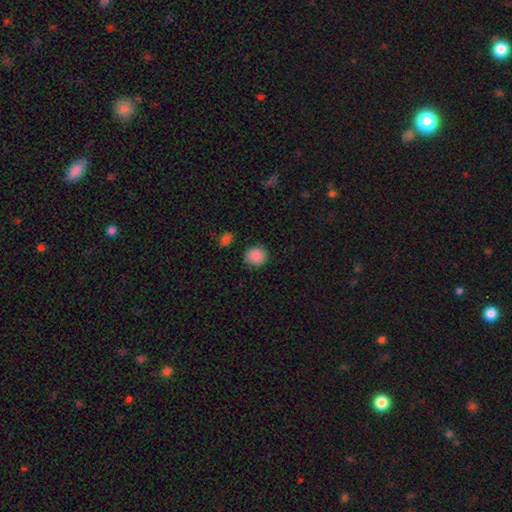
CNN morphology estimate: Smooth or featured: smooth — 88% (star or artifact — 9%)
How rounded: round — 86% (in between — 13%)
Merging: none — 87% (minor disturbance — 9%)